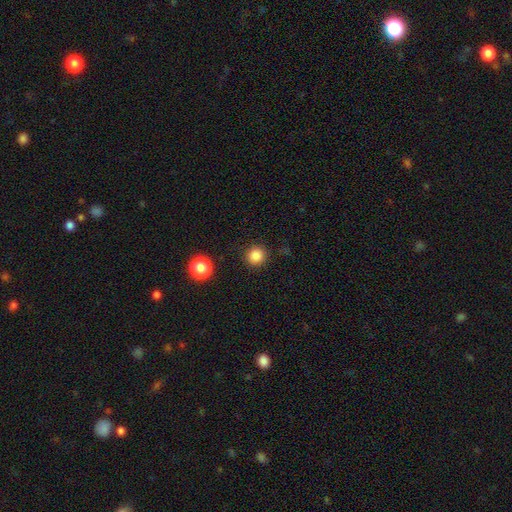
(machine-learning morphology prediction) Smooth or featured? Predicted: smooth (p=0.84). How rounded? Predicted: round (p=0.94). Merging? Predicted: none (p=0.91).